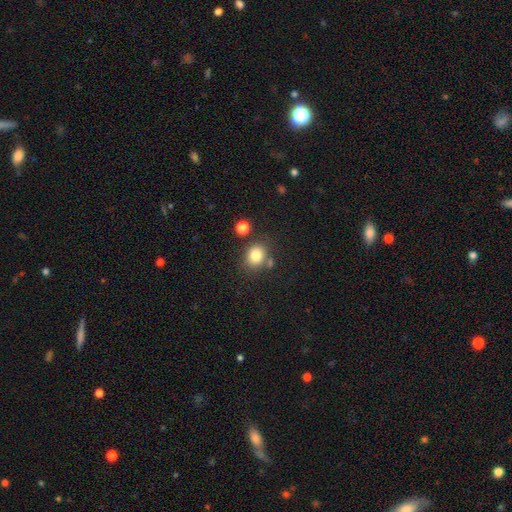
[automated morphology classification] The model was most divided on "how rounded": round: 60%, in between: 39%, cigar-shaped: 1%. More confident: smooth or featured — smooth (81%); merging — none (71%).